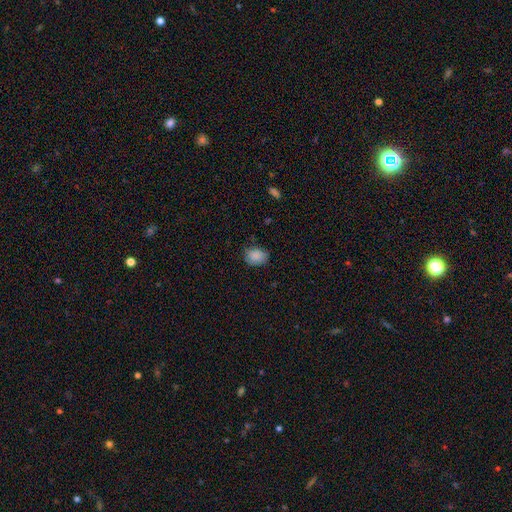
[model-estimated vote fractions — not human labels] smooth 87%, star or artifact 8%, featured or disk 5%. Down the decision tree: how rounded — in between (55%); merging — none (71%).